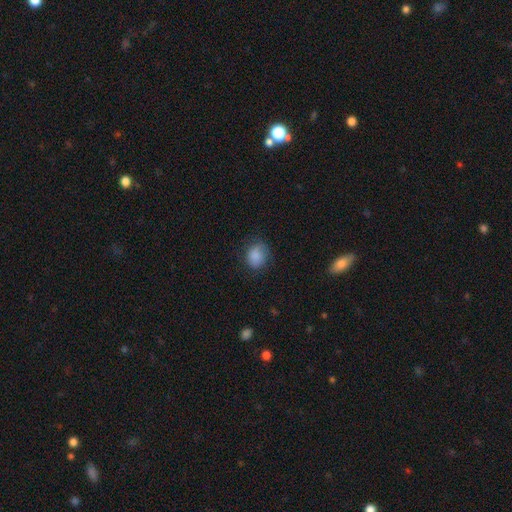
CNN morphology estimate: smooth_or_featured: smooth (p=0.84) [alt: star or artifact p=0.08]
how_rounded: round (p=0.63) [alt: in between p=0.36]
merging: none (p=0.69) [alt: minor disturbance p=0.22]